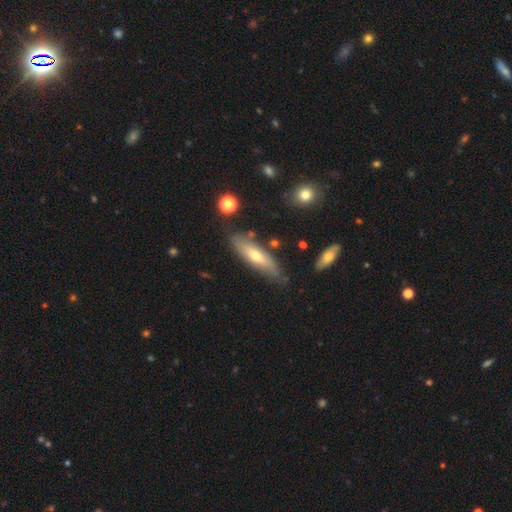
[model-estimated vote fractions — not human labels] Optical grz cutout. It shows a featured or disk galaxy (47%). Merging: none (75%).